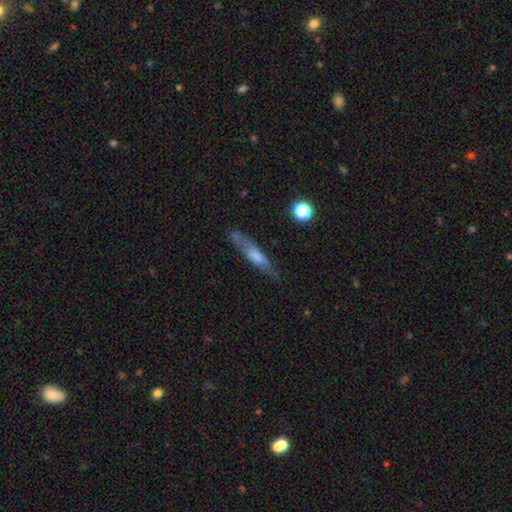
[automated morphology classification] Overall: featured or disk (46%, tied with smooth). Merging: none (74%).